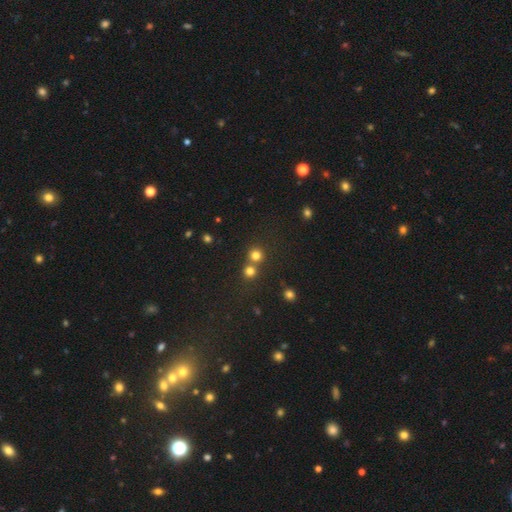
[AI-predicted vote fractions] Overall: smooth (77%). How rounded: round (91%). Merging: none (61%; merger 32%).